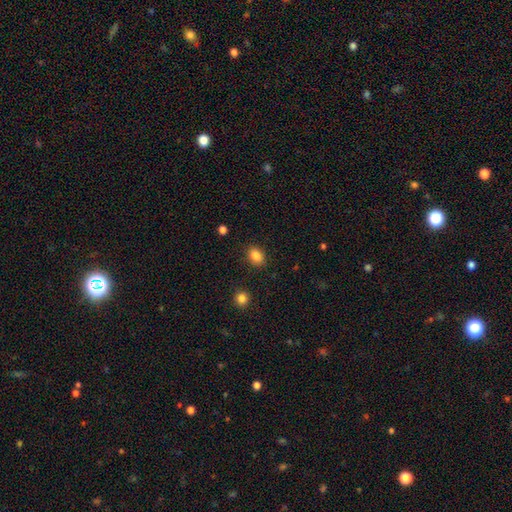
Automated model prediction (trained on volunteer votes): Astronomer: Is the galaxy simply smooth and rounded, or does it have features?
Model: smooth — 86%.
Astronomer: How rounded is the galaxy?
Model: in between — 69%.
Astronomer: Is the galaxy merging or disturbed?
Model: none — 86%.